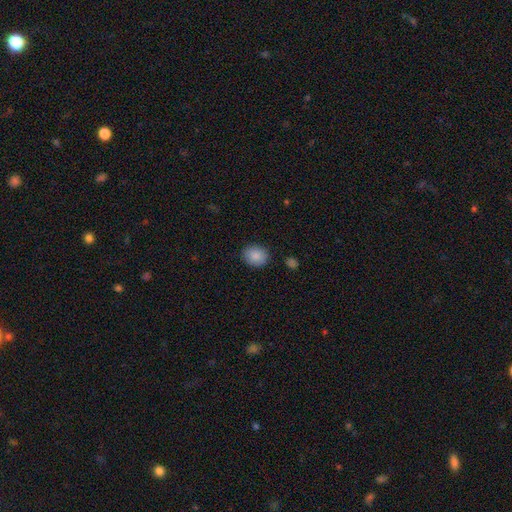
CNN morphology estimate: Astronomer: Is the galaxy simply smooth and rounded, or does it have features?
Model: smooth — 88%.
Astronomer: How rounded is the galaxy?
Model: round — 57% (runner-up: in between, 42%).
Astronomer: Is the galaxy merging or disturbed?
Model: none — 86%.